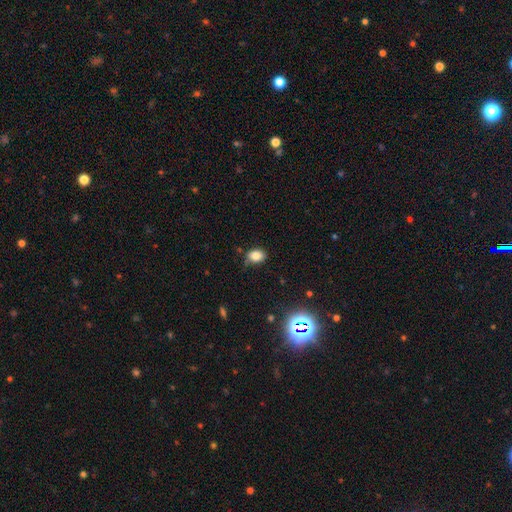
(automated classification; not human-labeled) Smooth or featured? Predicted: smooth (p=0.82). How rounded? Predicted: in between (p=0.70). Merging? Predicted: none (p=0.70).